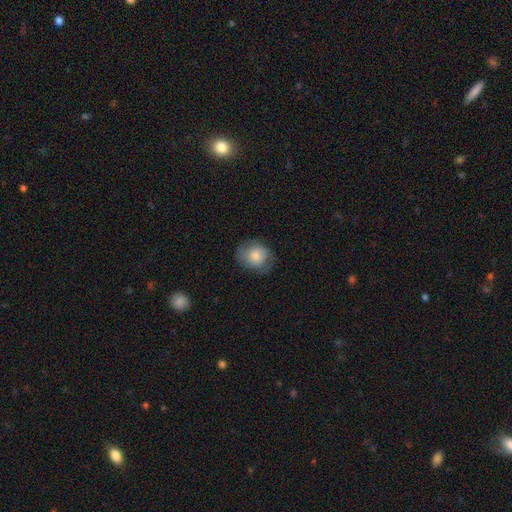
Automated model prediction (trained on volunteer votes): Smooth or featured: smooth — 79% (featured or disk — 14%)
How rounded: round — 62% (in between — 37%)
Merging: none — 69% (minor disturbance — 23%)